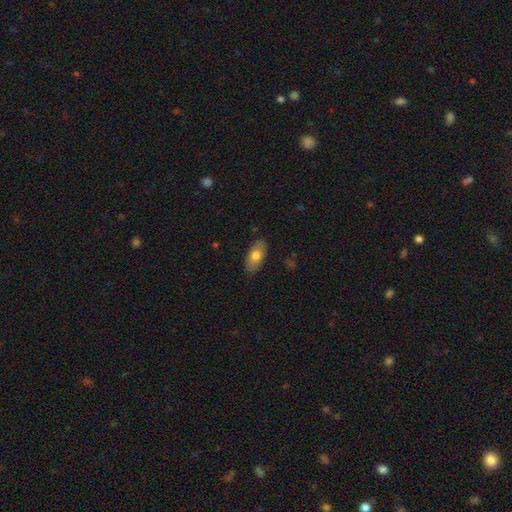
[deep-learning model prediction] smooth_or_featured: smooth (p=0.75) [alt: featured or disk p=0.18]
how_rounded: in between (p=0.92) [alt: cigar-shaped p=0.04]
merging: none (p=0.84) [alt: minor disturbance p=0.12]